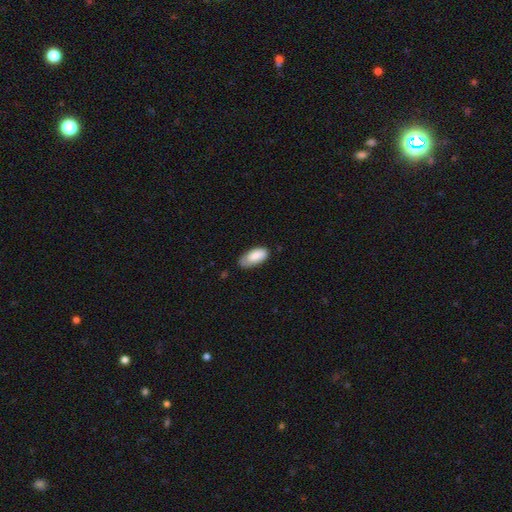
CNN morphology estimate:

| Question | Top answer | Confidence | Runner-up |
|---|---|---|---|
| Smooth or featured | smooth | 83% | featured or disk (11%) |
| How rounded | in between | 93% | cigar-shaped (5%) |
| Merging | none | 60% | minor disturbance (32%) |